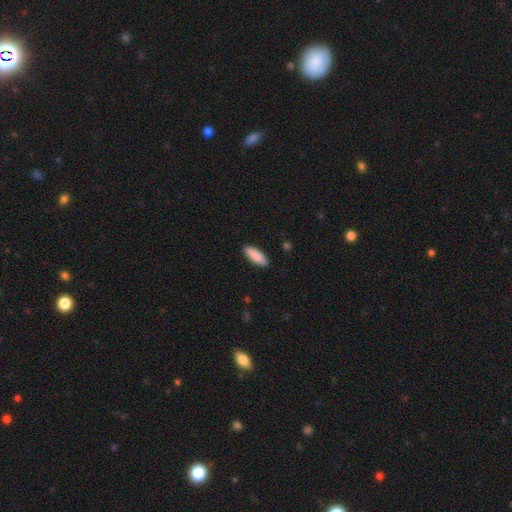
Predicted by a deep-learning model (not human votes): Q: Smooth or featured?
A: smooth (89%); runner-up: featured or disk (6%)
Q: How rounded?
A: in between (66%); runner-up: cigar-shaped (33%)
Q: Merging?
A: none (89%); runner-up: minor disturbance (8%)